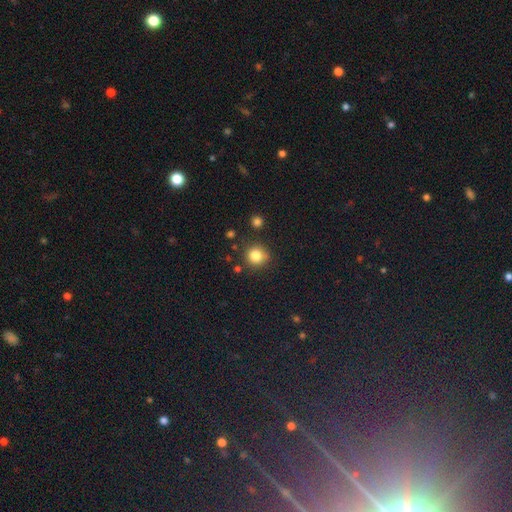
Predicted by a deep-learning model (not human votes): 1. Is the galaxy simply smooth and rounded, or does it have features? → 82% smooth, 12% star or artifact, 6% featured or disk.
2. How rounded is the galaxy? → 91% round, 8% in between, 1% cigar-shaped.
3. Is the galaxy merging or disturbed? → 81% none, 11% minor disturbance, 5% merger, 3% major disturbance.